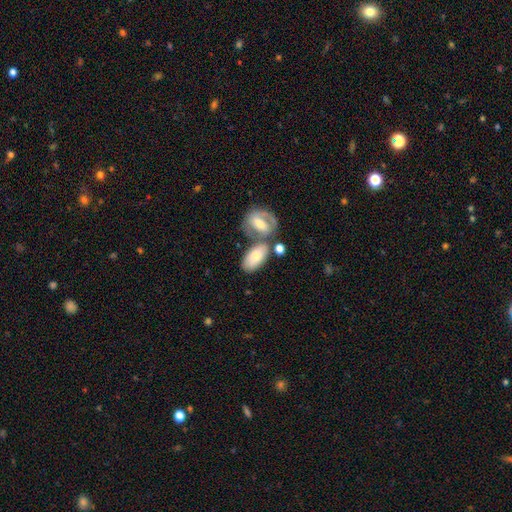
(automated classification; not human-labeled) smooth-or-featured: smooth: 66% | featured or disk: 29% | star or artifact: 6%
  how-rounded: in between: 90% | round: 6% | cigar-shaped: 5%
  merging: none: 42% | merger: 37% | minor disturbance: 14% | major disturbance: 6%